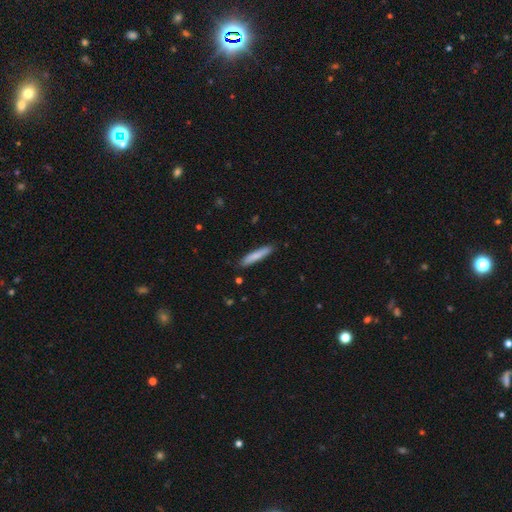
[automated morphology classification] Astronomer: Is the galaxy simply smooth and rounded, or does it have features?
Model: smooth — 80%.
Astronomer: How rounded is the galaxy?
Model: cigar-shaped — 91%.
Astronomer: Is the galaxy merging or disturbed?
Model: none — 87%.